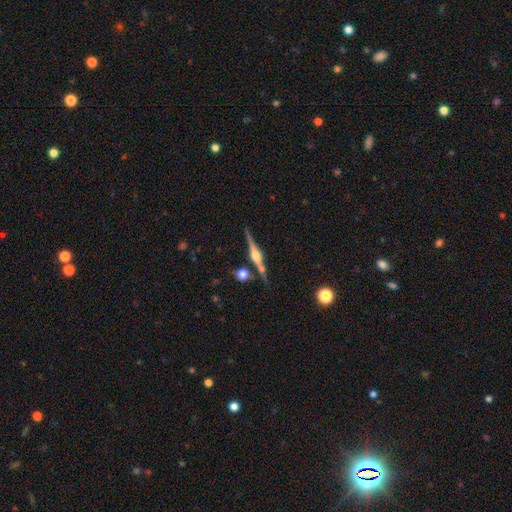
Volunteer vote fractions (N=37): Morphology: type=featured or disk (92%); edge-on=yes (100%); edge-on bulge=rounded (94%); merging=none (69%).